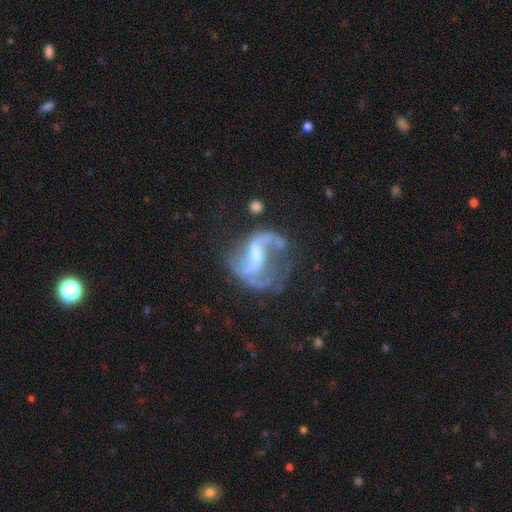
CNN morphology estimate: smooth-or-featured: featured or disk: 86% | star or artifact: 7% | smooth: 7%
  disk-edge-on: no: 98% | yes: 2%
    bar: weak: 48% | strong: 35% | no: 17%
    has-spiral-arms: yes: 91% | no: 9%
      spiral-winding: loose: 63% | medium: 31% | tight: 6%
      spiral-arm-count: 2: 84% | 1: 6% | can't tell: 5% | 3: 2% | 4: 1% | more than 4: 1%
    bulge-size: small: 33% | moderate: 32% | none: 26% | large: 7% | dominant: 1%
  merging: none: 47% | major disturbance: 28% | minor disturbance: 19% | merger: 7%